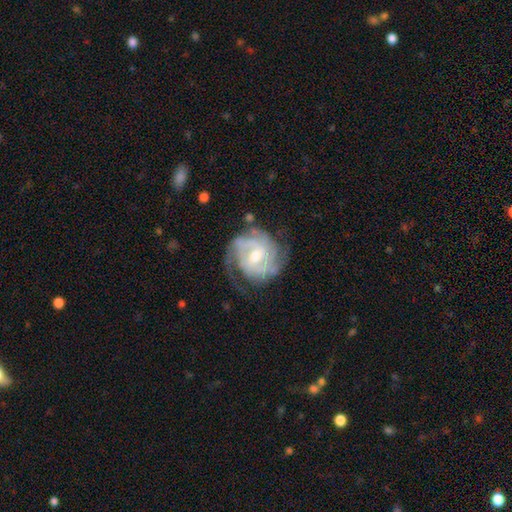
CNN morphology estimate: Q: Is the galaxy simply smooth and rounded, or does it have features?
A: featured or disk — 87%.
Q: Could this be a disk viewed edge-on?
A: no — 98%.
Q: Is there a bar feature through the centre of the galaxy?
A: weak — 49%.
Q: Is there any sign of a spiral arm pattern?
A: yes — 95%.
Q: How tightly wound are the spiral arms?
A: tight — 60%.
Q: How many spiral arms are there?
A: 2 — 37%.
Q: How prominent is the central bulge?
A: moderate — 59%.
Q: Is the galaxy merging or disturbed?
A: none — 68%.